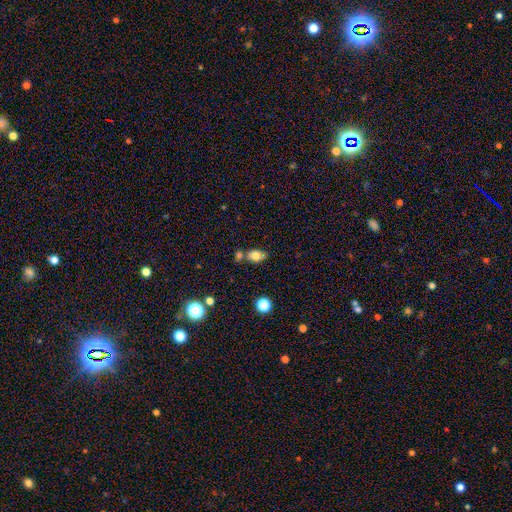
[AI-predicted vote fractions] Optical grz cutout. It shows a smooth galaxy with no disk features (78%) that is in between round and cigar-shaped (79%). Merging: none (60%).